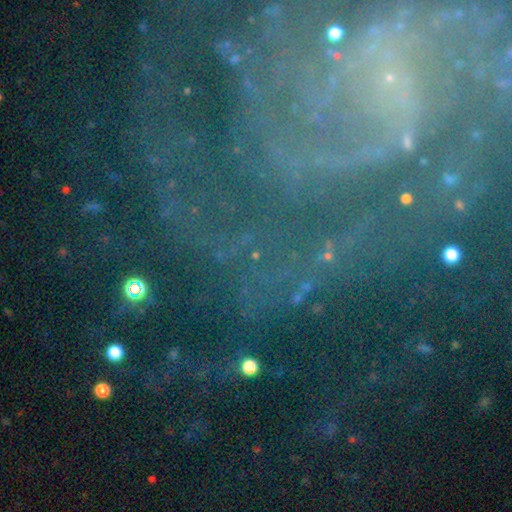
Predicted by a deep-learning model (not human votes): This is possibly a star or artifact rather than a galaxy (52%).